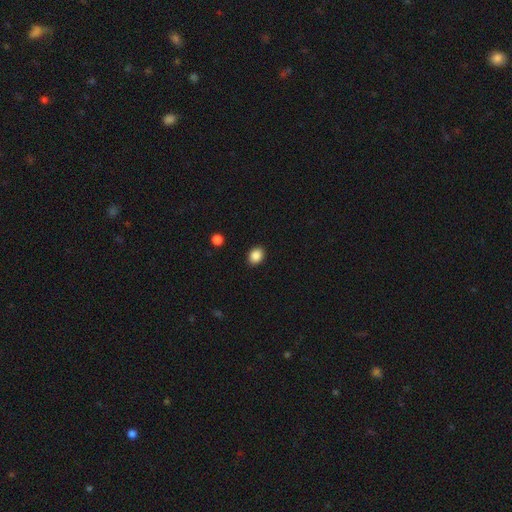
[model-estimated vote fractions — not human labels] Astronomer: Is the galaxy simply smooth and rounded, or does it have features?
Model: smooth — 87%.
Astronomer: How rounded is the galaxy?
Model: in between — 52% (runner-up: round, 47%).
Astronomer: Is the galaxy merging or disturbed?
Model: none — 91%.